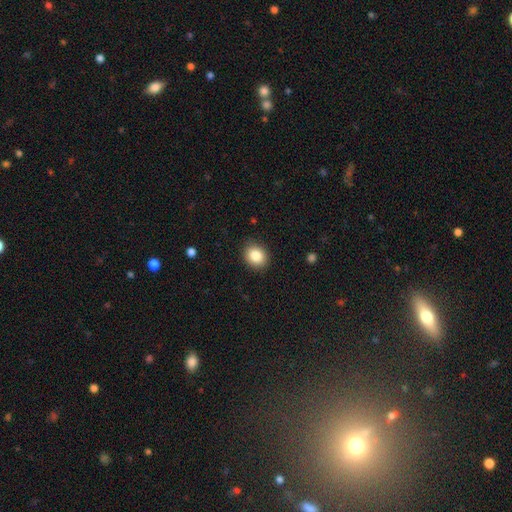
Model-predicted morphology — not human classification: Smooth or featured? Predicted: smooth (p=0.85). How rounded? Predicted: round (p=0.61). Merging? Predicted: none (p=0.88).